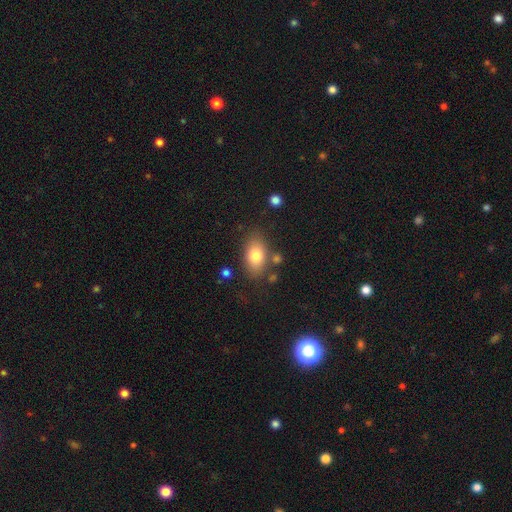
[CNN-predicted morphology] smooth_or_featured: smooth (p=0.79) [alt: featured or disk p=0.13]
how_rounded: in between (p=0.87) [alt: round p=0.10]
merging: none (p=0.76) [alt: minor disturbance p=0.14]